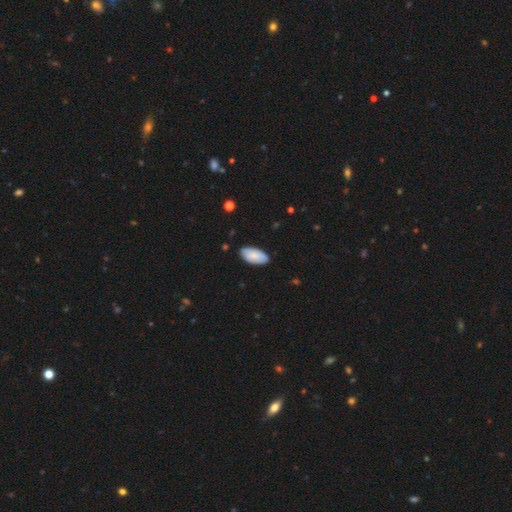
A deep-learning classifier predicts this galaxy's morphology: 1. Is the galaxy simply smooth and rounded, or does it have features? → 80% smooth, 14% featured or disk, 6% star or artifact.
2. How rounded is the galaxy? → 95% in between, 3% cigar-shaped, 2% round.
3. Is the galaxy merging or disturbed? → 84% none, 13% minor disturbance, 2% major disturbance, 1% merger.